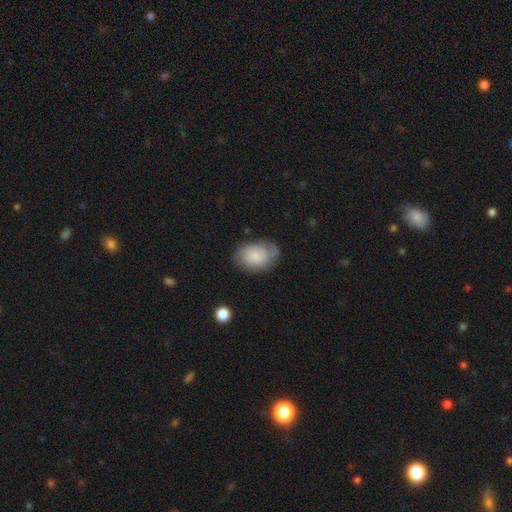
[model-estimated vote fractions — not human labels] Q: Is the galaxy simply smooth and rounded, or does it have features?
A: smooth — 69%.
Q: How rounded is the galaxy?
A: in between — 79%.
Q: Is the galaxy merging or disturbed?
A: none — 63%.